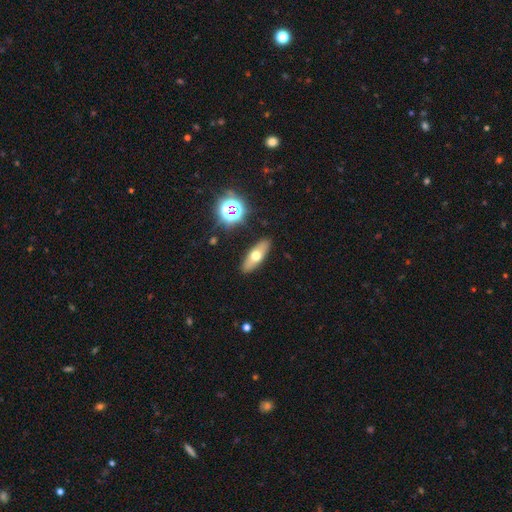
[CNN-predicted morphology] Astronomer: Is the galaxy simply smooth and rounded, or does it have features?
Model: smooth — 57% (runner-up: featured or disk, 33%).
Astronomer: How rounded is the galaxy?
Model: in between — 61%.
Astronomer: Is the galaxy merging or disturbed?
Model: none — 88%.